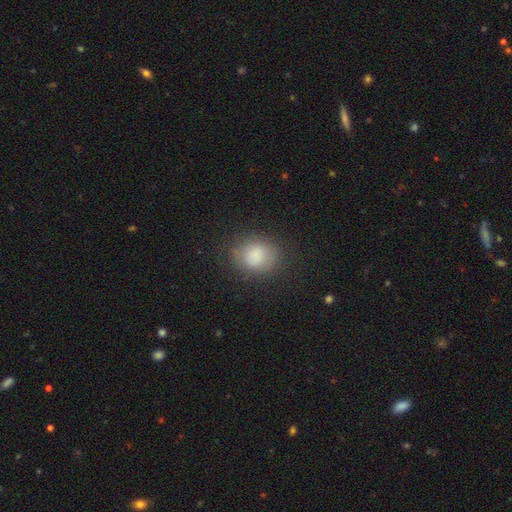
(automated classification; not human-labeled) smooth-or-featured: smooth: 82% | featured or disk: 9% | star or artifact: 9%
  how-rounded: round: 60% | in between: 39% | cigar-shaped: 1%
  merging: none: 74% | minor disturbance: 17% | major disturbance: 7% | merger: 2%